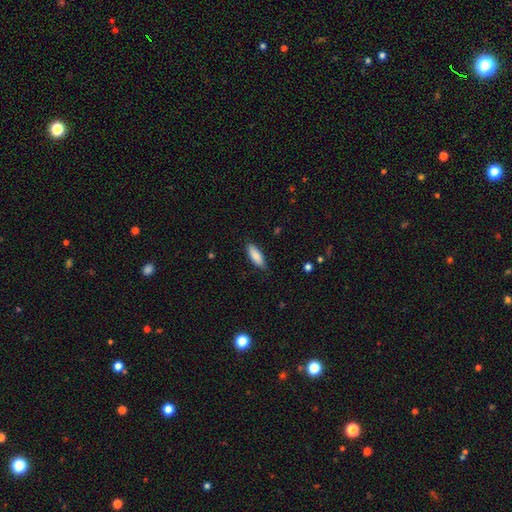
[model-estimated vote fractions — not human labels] Q: Smooth or featured?
A: smooth (88%); runner-up: featured or disk (7%)
Q: How rounded?
A: in between (64%); runner-up: cigar-shaped (35%)
Q: Merging?
A: none (86%); runner-up: minor disturbance (11%)